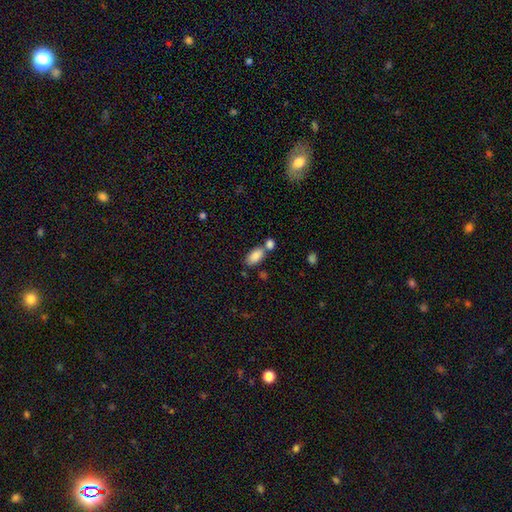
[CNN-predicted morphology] Smooth or featured?
  - smooth: 86% *
  - star or artifact: 7%
  - featured or disk: 6%
How rounded?
  - in between: 93% *
  - cigar-shaped: 4%
  - round: 3%
Merging?
  - none: 50% *
  - merger: 35%
  - minor disturbance: 11%
  - major disturbance: 4%